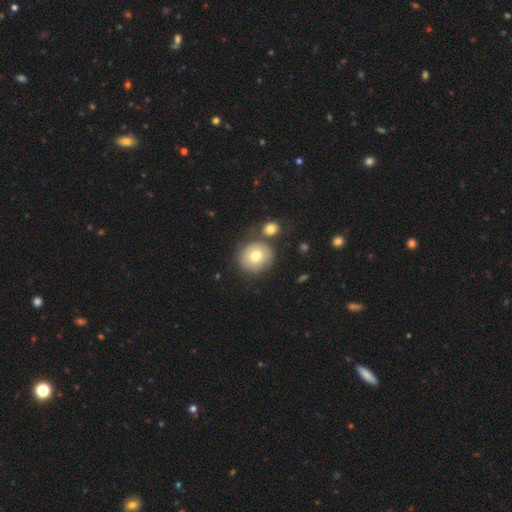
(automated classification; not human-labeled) Morphology: type=smooth (74%); roundness=round (87%); merging=none (67%).